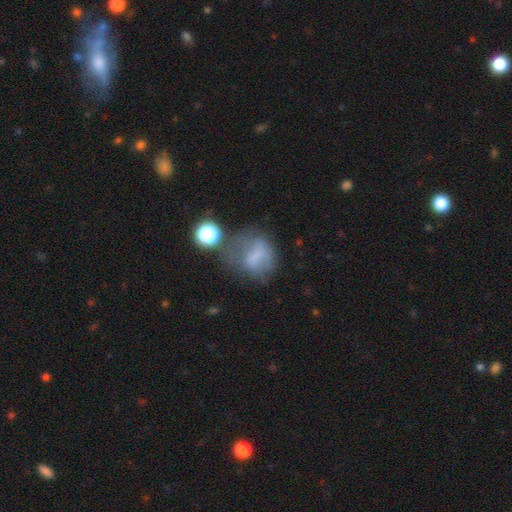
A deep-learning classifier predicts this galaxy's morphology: A smooth galaxy with no disk features (56%) that is round (62%). Merging: none (35%).